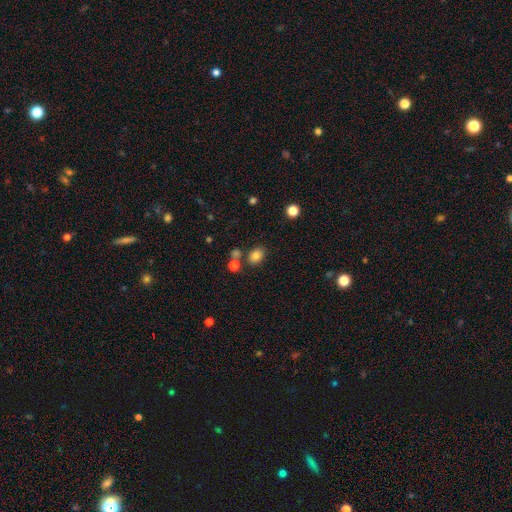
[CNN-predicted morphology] smooth_or_featured: smooth (p=0.82) [alt: star or artifact p=0.12]
how_rounded: in between (p=0.68) [alt: round p=0.31]
merging: none (p=0.73) [alt: minor disturbance p=0.12]